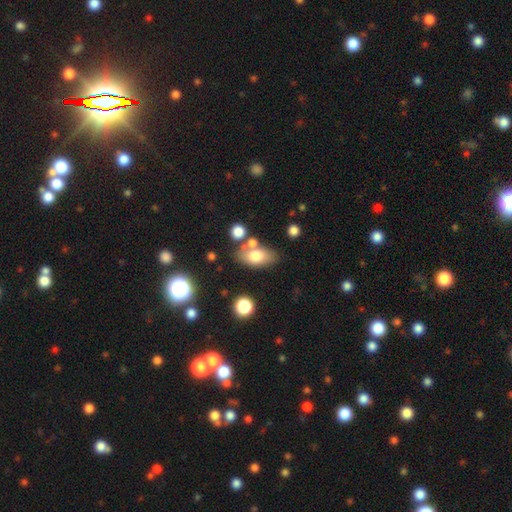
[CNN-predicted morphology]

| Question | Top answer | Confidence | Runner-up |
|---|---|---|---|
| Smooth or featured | smooth | 72% | featured or disk (19%) |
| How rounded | in between | 87% | round (9%) |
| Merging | none | 64% | merger (17%) |